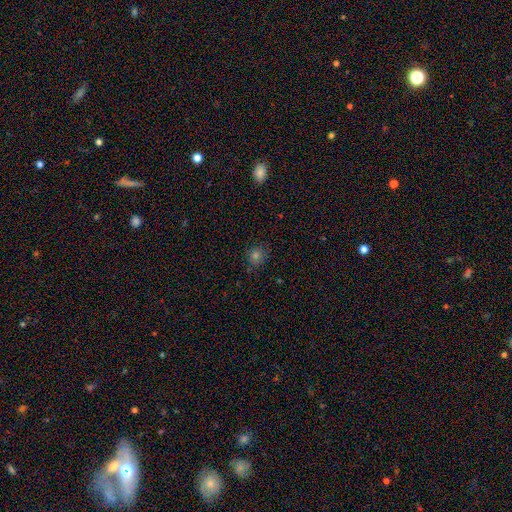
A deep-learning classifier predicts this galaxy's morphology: smooth-or-featured: smooth: 74% | star or artifact: 19% | featured or disk: 7%
  how-rounded: round: 86% | in between: 13% | cigar-shaped: 1%
  merging: none: 85% | minor disturbance: 11% | major disturbance: 3% | merger: 2%